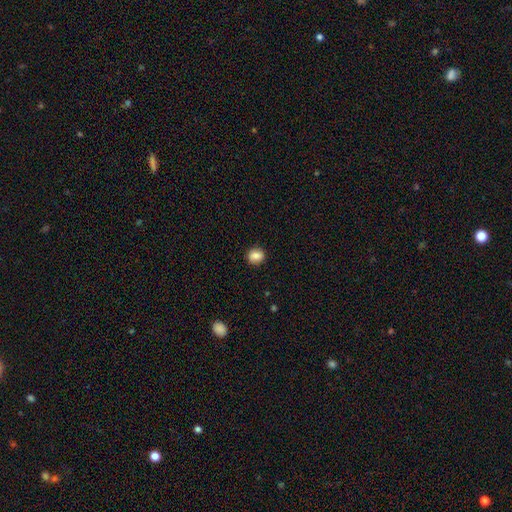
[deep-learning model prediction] smooth 86%, star or artifact 9%, featured or disk 5%. Down the decision tree: how rounded — round (69%); merging — none (88%).